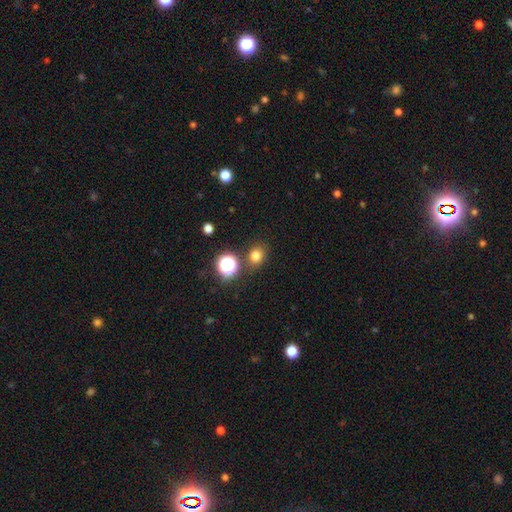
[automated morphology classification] smooth-or-featured: smooth: 76% | star or artifact: 18% | featured or disk: 6%
  how-rounded: round: 73% | in between: 26% | cigar-shaped: 1%
  merging: none: 81% | minor disturbance: 9% | merger: 7% | major disturbance: 3%